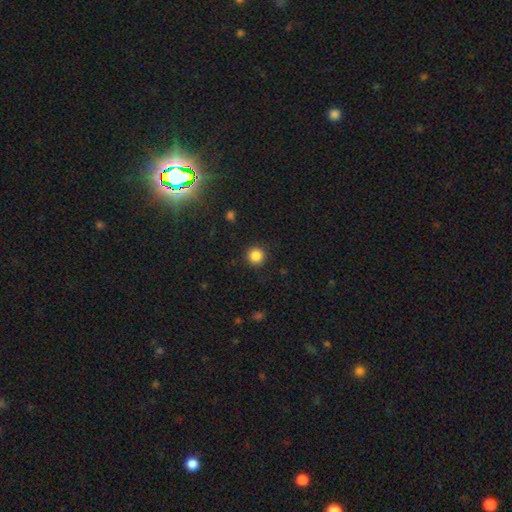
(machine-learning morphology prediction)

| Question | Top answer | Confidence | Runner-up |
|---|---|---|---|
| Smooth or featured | smooth | 86% | star or artifact (11%) |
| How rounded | round | 95% | in between (4%) |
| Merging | none | 92% | minor disturbance (5%) |